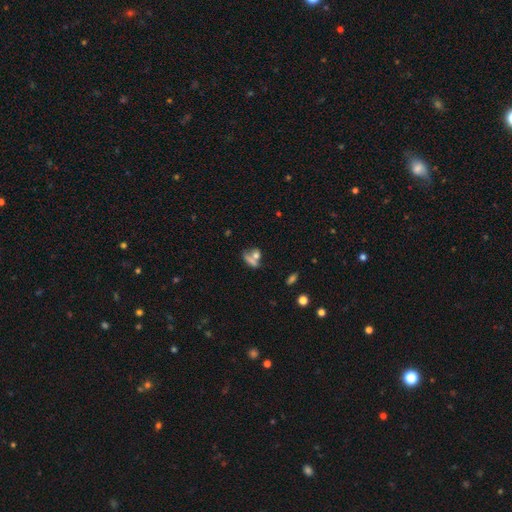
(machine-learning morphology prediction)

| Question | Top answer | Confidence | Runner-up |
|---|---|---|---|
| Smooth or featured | smooth | 67% | featured or disk (20%) |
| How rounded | in between | 48% | round (36%) |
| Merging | merger | 45% | none (37%) |